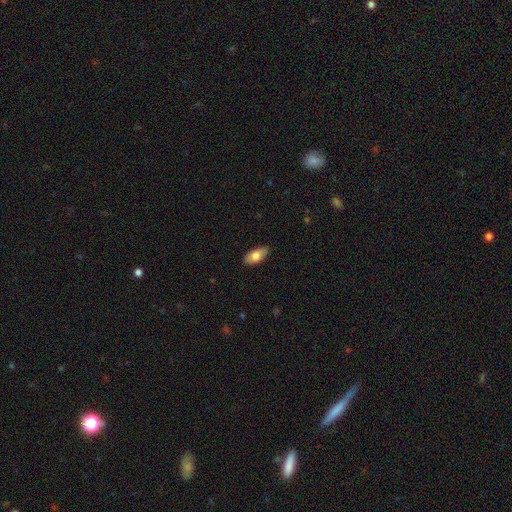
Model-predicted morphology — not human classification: Smooth or featured: smooth — 78% (featured or disk — 16%)
How rounded: in between — 89% (cigar-shaped — 8%)
Merging: none — 86% (minor disturbance — 11%)